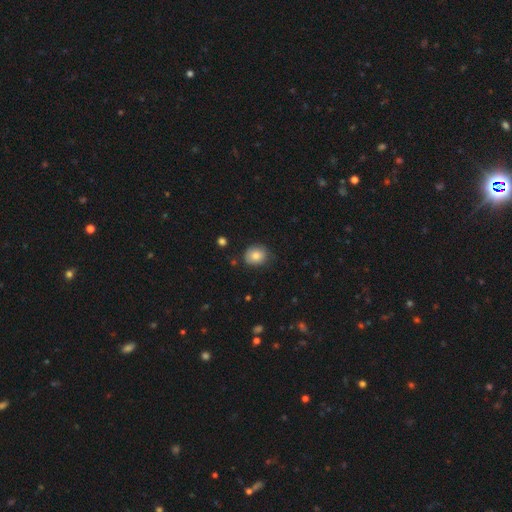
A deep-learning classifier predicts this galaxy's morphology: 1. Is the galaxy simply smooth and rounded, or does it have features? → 83% smooth, 9% star or artifact, 9% featured or disk.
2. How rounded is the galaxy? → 70% round, 30% in between, 1% cigar-shaped.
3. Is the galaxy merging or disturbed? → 78% none, 17% minor disturbance, 3% major disturbance, 2% merger.